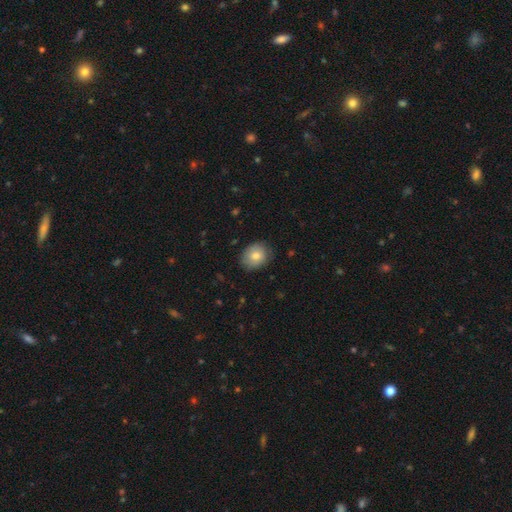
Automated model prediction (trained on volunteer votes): Smooth or featured? smooth (78%)
How rounded? round (53%)
Merging? none (81%)